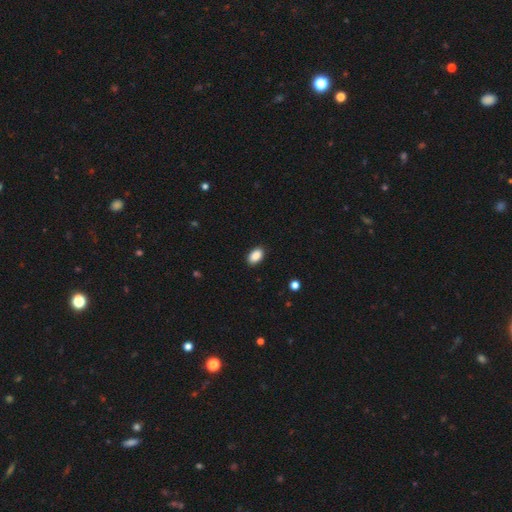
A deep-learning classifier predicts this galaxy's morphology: A smooth galaxy with no disk features (89%) that is in between round and cigar-shaped (91%).

Vote fractions:
- Smooth or featured? smooth: 89% / star or artifact: 8% / featured or disk: 3%
- How rounded? in between: 91% / round: 8% / cigar-shaped: 2%
- Merging? none: 89% / minor disturbance: 8% / major disturbance: 2% / merger: 1%